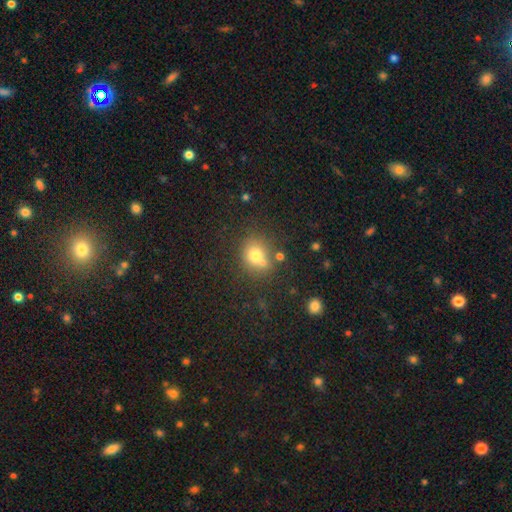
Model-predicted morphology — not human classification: This is likely a smooth galaxy (72%). How rounded: likely round (74%). Merging: possibly none (57%).